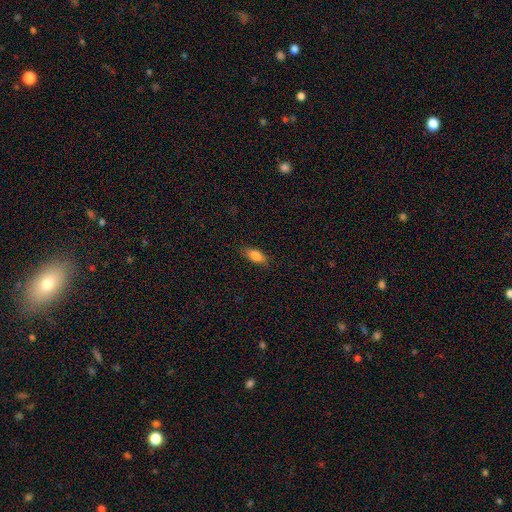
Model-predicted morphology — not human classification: type=smooth (81%); roundness=in between (79%); merging=none (86%).